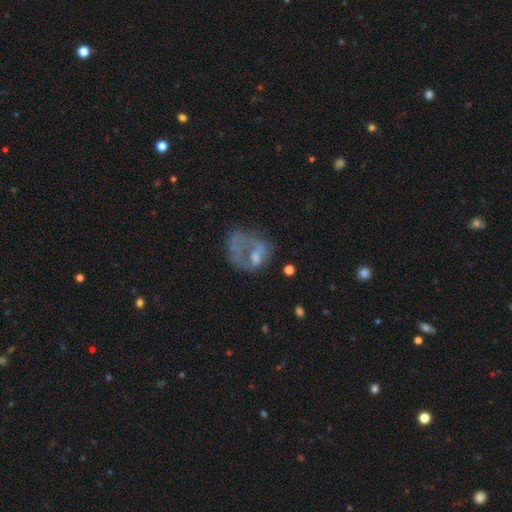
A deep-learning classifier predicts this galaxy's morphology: Q: Smooth or featured?
A: featured or disk (49%); runner-up: smooth (36%)
Q: Merging?
A: major disturbance (43%); runner-up: none (31%)